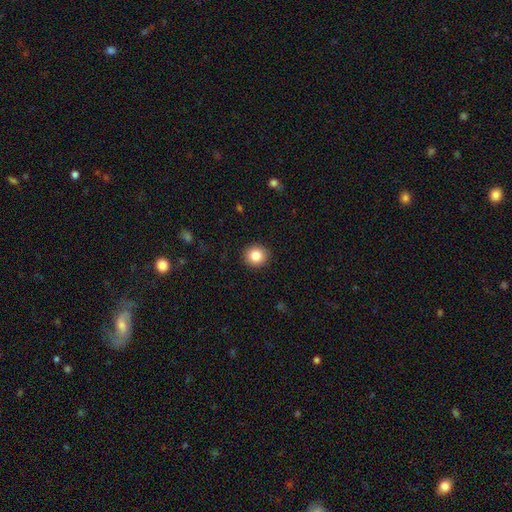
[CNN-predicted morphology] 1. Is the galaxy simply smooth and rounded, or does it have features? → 85% smooth, 9% star or artifact, 6% featured or disk.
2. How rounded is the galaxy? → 90% round, 9% in between, 1% cigar-shaped.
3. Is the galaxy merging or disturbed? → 92% none, 5% minor disturbance, 2% major disturbance, 1% merger.